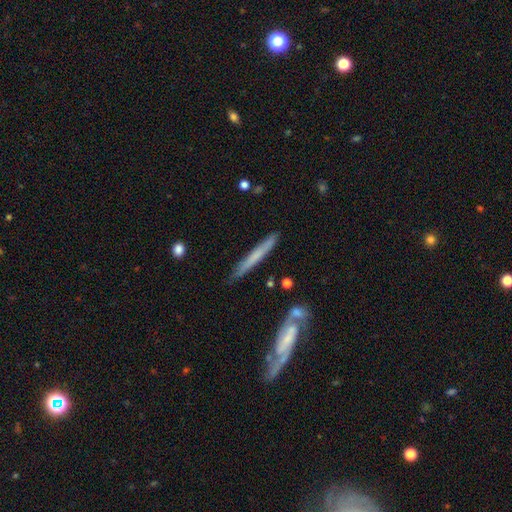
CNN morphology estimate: smooth 50%, featured or disk 44%, star or artifact 6%. Down the decision tree: merging — none (77%).